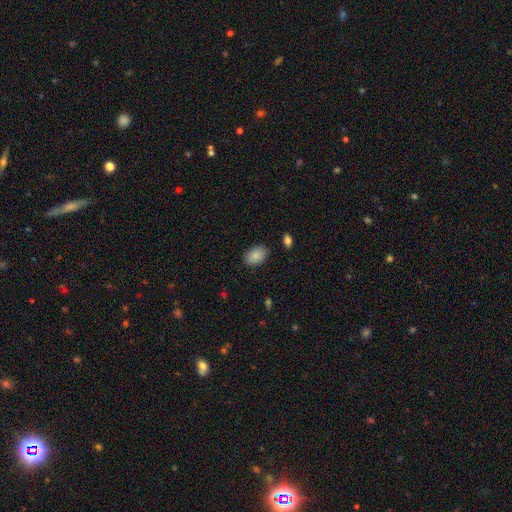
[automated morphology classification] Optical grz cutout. It shows a smooth galaxy with no disk features (88%) that is in between round and cigar-shaped (84%). Merging: none (87%).